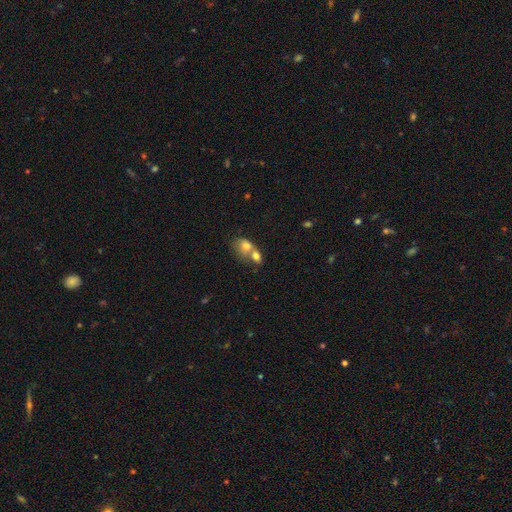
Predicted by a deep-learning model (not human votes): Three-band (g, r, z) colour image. It shows a smooth galaxy with no disk features (74%) that is in between round and cigar-shaped (64%). Merging: merger (73%).